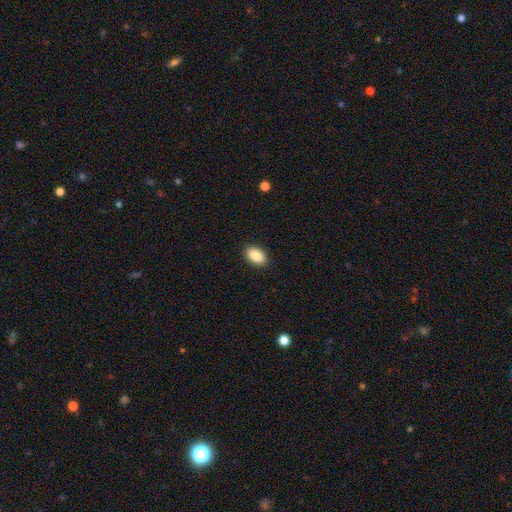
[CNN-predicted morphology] Smooth or featured? Predicted: smooth (p=0.88). How rounded? Predicted: in between (p=0.92). Merging? Predicted: none (p=0.90).